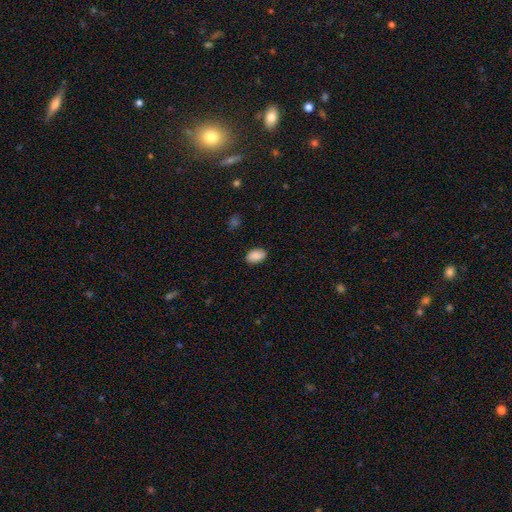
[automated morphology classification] A smooth galaxy with no disk features (89%) that is in between round and cigar-shaped (90%).

Vote fractions:
- Smooth or featured? smooth: 89% / star or artifact: 7% / featured or disk: 4%
- How rounded? in between: 90% / round: 9% / cigar-shaped: 1%
- Merging? none: 86% / minor disturbance: 10% / major disturbance: 2% / merger: 1%